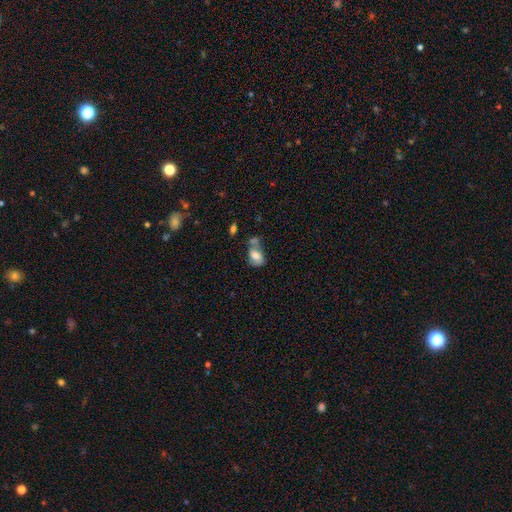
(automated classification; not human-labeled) Smooth or featured? Predicted: smooth (p=0.67). How rounded? Predicted: in between (p=0.85). Merging? Predicted: merger (p=0.34).